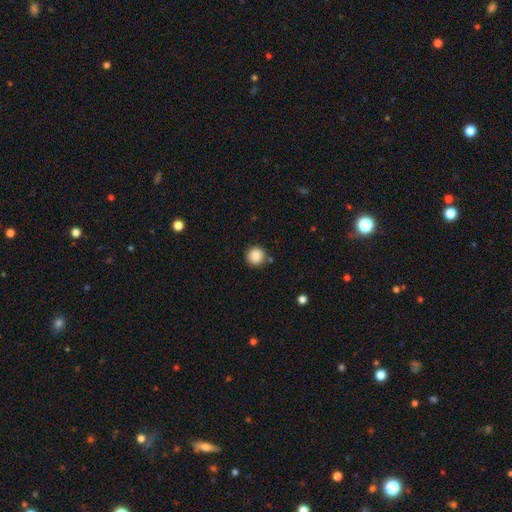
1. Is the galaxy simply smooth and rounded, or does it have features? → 87% smooth, 10% star or artifact, 3% featured or disk.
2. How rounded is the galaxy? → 94% round, 3% in between, 3% cigar-shaped.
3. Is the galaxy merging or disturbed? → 89% none, 11% minor disturbance, 0% major disturbance, 0% merger.